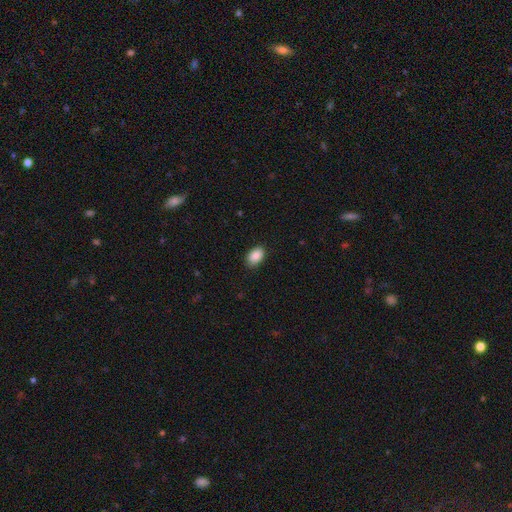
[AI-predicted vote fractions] Q: Smooth or featured?
A: smooth (89%); runner-up: star or artifact (7%)
Q: How rounded?
A: in between (89%); runner-up: round (10%)
Q: Merging?
A: none (87%); runner-up: minor disturbance (10%)